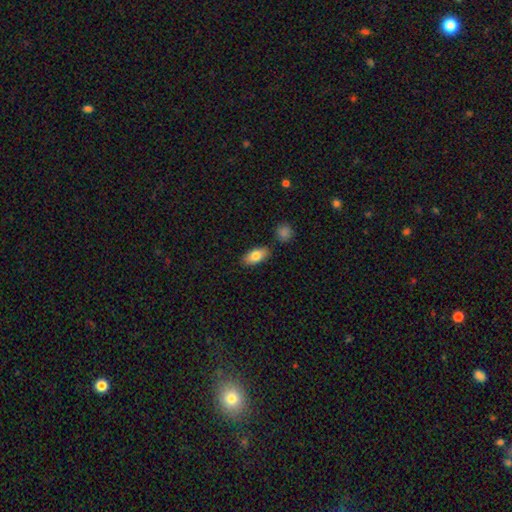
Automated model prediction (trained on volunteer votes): Overall: smooth (82%). How rounded: in between (90%). Merging: none (84%).